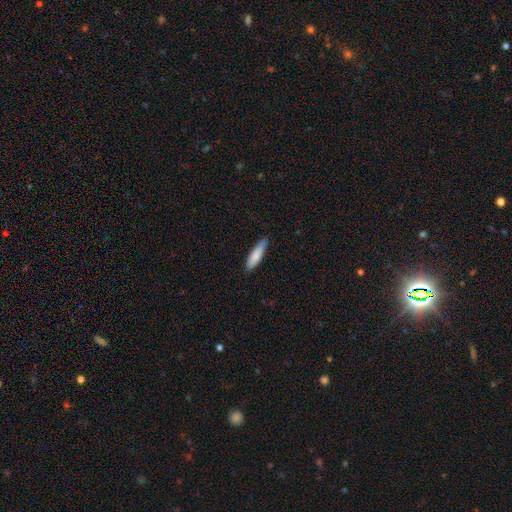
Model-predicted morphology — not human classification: Q: Smooth or featured?
A: smooth (81%); runner-up: featured or disk (13%)
Q: How rounded?
A: cigar-shaped (75%); runner-up: in between (24%)
Q: Merging?
A: none (81%); runner-up: minor disturbance (15%)